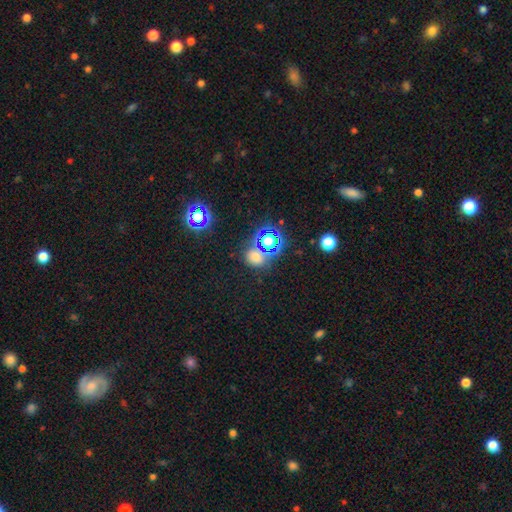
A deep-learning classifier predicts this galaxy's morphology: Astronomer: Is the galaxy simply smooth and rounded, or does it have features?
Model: smooth — 55% (runner-up: star or artifact, 37%).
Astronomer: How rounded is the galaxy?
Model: round — 66%.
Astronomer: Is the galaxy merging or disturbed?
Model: none — 68%.